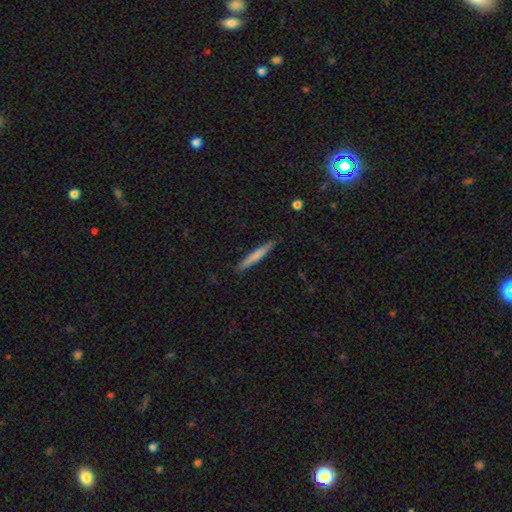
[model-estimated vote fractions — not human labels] Smooth or featured? smooth (70%)
How rounded? cigar-shaped (96%)
Merging? none (88%)